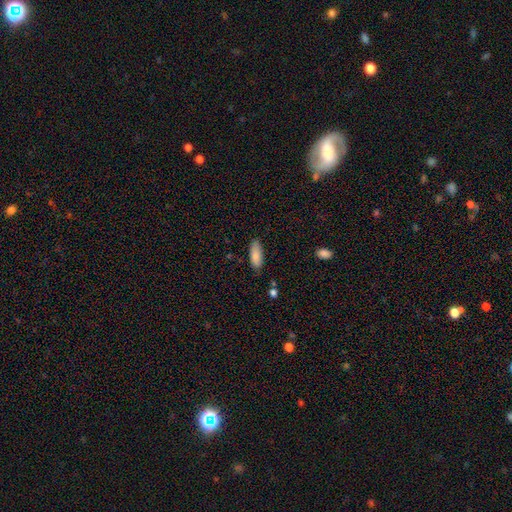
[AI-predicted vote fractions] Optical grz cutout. It shows a smooth galaxy with no disk features (86%) that is in between round and cigar-shaped (74%). Merging: none (80%).